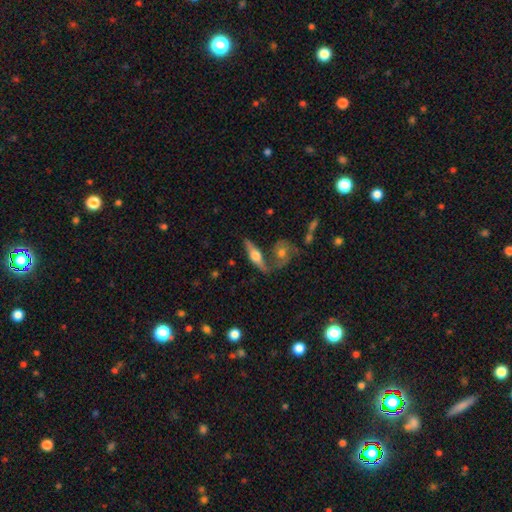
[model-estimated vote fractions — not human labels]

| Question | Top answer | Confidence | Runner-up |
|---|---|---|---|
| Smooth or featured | featured or disk | 65% | smooth (29%) |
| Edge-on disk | yes | 88% | no (12%) |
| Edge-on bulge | rounded | 95% | boxy (3%) |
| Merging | none | 56% | merger (25%) |